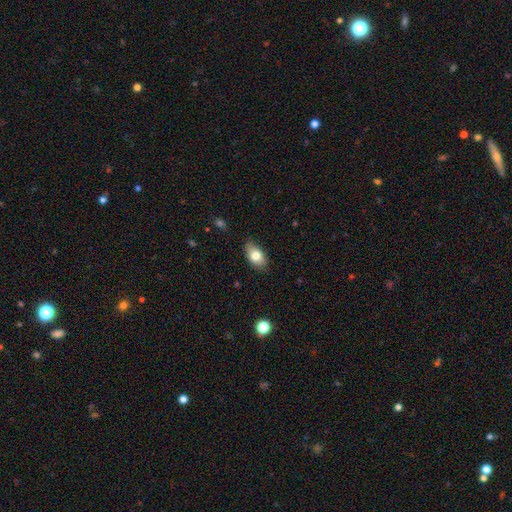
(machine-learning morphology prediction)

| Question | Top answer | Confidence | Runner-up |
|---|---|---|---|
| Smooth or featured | smooth | 78% | featured or disk (14%) |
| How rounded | in between | 90% | round (8%) |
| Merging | none | 80% | minor disturbance (16%) |